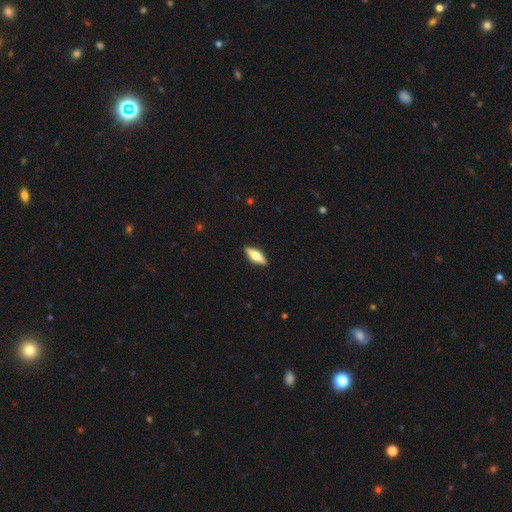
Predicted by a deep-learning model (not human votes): Overall: smooth (53%; featured or disk 41%). How rounded: in between (56%; cigar-shaped 41%). Merging: none (90%).